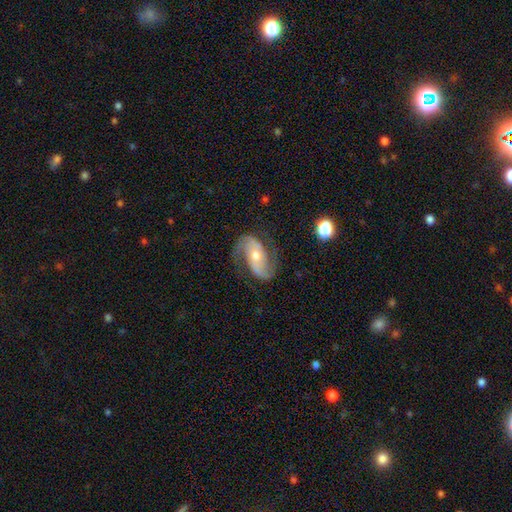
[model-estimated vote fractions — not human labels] Smooth or featured: featured or disk — 85% (smooth — 9%)
Edge-on disk: no — 97% (yes — 3%)
Bar: no — 47% (weak — 33%)
Spiral arms: yes — 96% (no — 4%)
Spiral winding: medium — 44% (loose — 40%)
Spiral arm count: 2 — 92% (can't tell — 3%)
Bulge size: moderate — 53% (small — 42%)
Merging: none — 75% (minor disturbance — 15%)